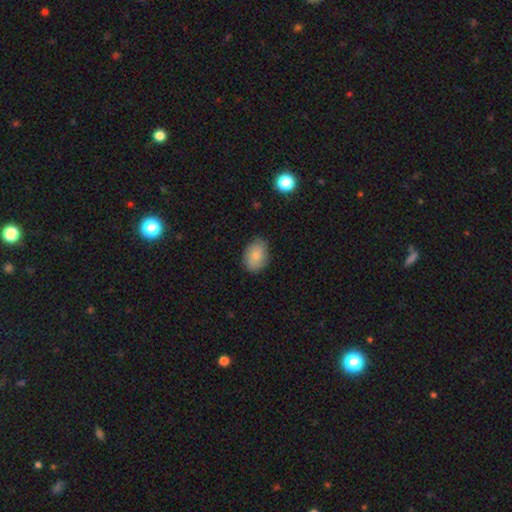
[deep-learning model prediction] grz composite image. It shows a smooth galaxy with no disk features (83%) that is in between round and cigar-shaped (79%). Merging: none (81%).